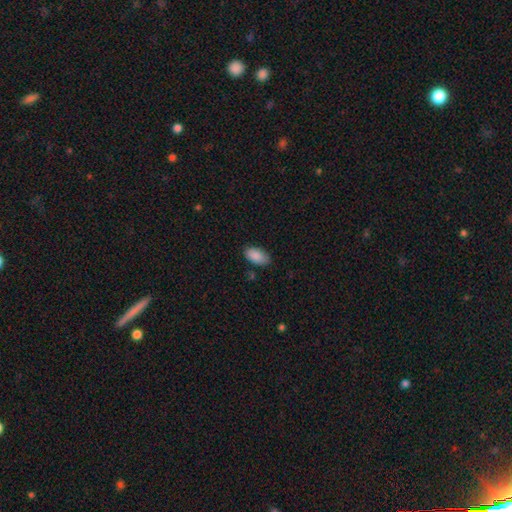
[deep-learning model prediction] smooth_or_featured: smooth (p=0.89) [alt: star or artifact p=0.07]
how_rounded: in between (p=0.94) [alt: cigar-shaped p=0.03]
merging: none (p=0.81) [alt: minor disturbance p=0.14]